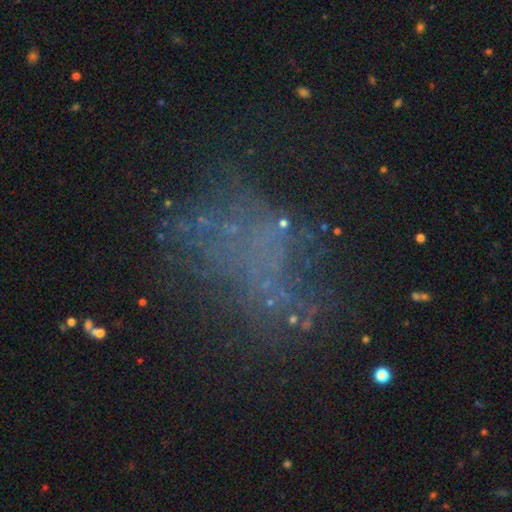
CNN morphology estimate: featured or disk 38%, star or artifact 37%, smooth 25%. Down the decision tree: merging — none (51%).